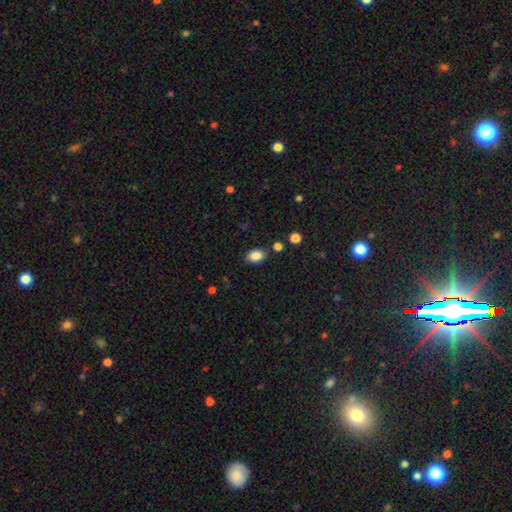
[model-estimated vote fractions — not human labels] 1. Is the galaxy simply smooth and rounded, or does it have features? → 86% smooth, 9% star or artifact, 5% featured or disk.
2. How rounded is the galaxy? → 83% in between, 16% round, 1% cigar-shaped.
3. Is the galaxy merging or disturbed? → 85% none, 9% minor disturbance, 3% merger, 2% major disturbance.